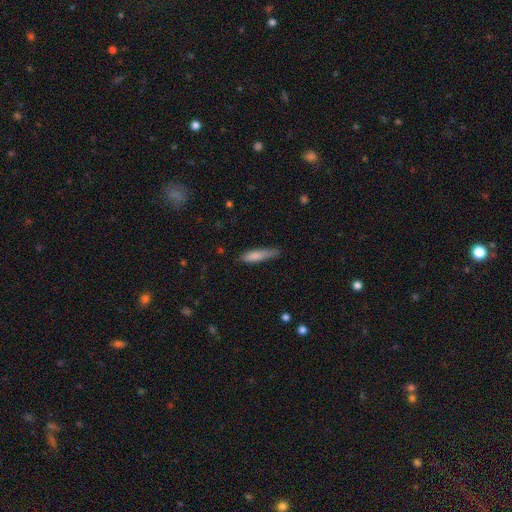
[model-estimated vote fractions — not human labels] Q: Smooth or featured?
A: smooth (80%); runner-up: featured or disk (14%)
Q: How rounded?
A: cigar-shaped (77%); runner-up: in between (22%)
Q: Merging?
A: none (71%); runner-up: minor disturbance (23%)